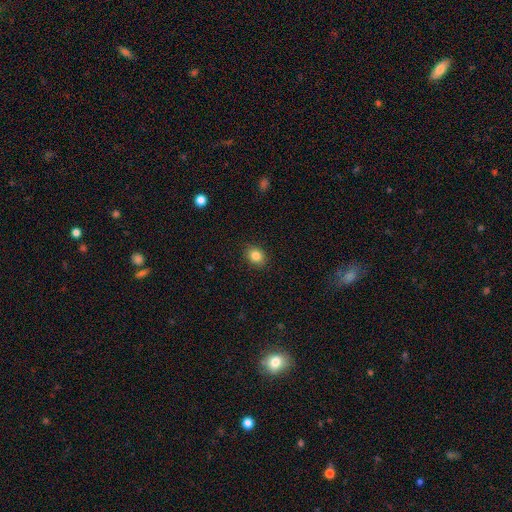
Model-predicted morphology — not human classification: Overall: smooth (84%). How rounded: in between (51%; round 48%). Merging: none (89%).